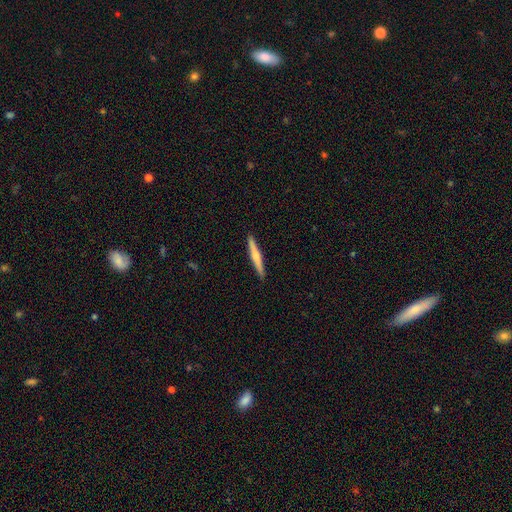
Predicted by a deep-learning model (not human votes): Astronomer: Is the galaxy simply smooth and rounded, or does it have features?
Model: smooth — 49% (runner-up: featured or disk, 45%).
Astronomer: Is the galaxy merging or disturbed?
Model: none — 92%.